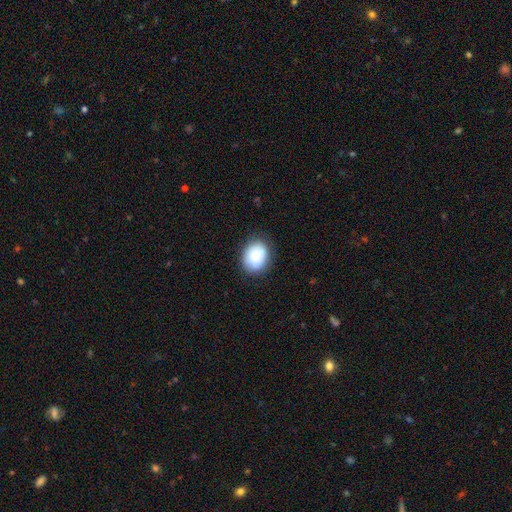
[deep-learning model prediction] Smooth or featured?
  - smooth: 83% *
  - featured or disk: 10%
  - star or artifact: 7%
How rounded?
  - in between: 56% *
  - round: 43%
  - cigar-shaped: 1%
Merging?
  - none: 83% *
  - minor disturbance: 13%
  - major disturbance: 3%
  - merger: 1%